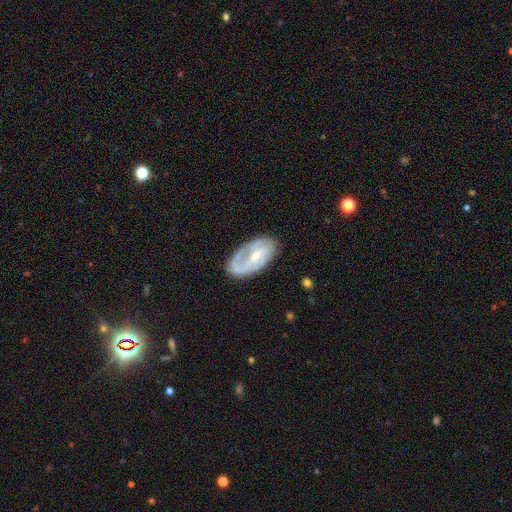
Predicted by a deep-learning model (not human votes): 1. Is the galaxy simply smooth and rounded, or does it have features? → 74% featured or disk, 20% smooth, 6% star or artifact.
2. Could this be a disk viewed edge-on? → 94% no, 6% yes.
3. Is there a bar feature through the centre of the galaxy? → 46% weak, 31% no, 23% strong.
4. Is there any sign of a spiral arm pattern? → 81% yes, 19% no.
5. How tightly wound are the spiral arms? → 40% medium, 34% tight, 26% loose.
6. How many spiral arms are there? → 50% 2, 23% 1, 21% can't tell, 4% 3, 1% 4, 1% more than 4.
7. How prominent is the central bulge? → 54% small, 41% moderate, 3% none, 2% large, 1% dominant.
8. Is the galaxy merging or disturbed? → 65% none, 23% minor disturbance, 10% major disturbance, 2% merger.